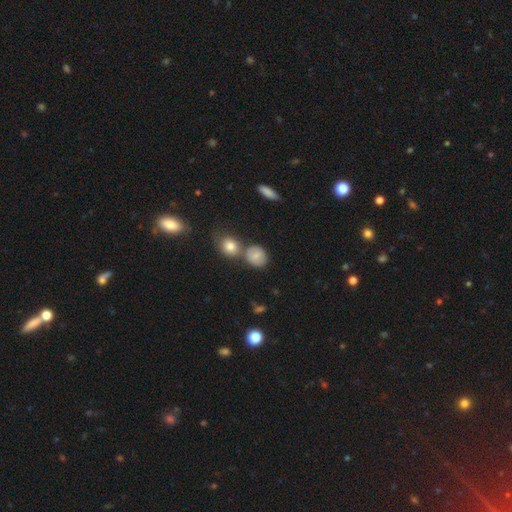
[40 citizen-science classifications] Smooth or featured?
  - smooth: 75% *
  - featured or disk: 20%
  - star or artifact: 5%
How rounded?
  - round: 73% *
  - in between: 27%
  - cigar-shaped: 0%
Merging?
  - none: 61% *
  - merger: 29%
  - minor disturbance: 8%
  - major disturbance: 3%